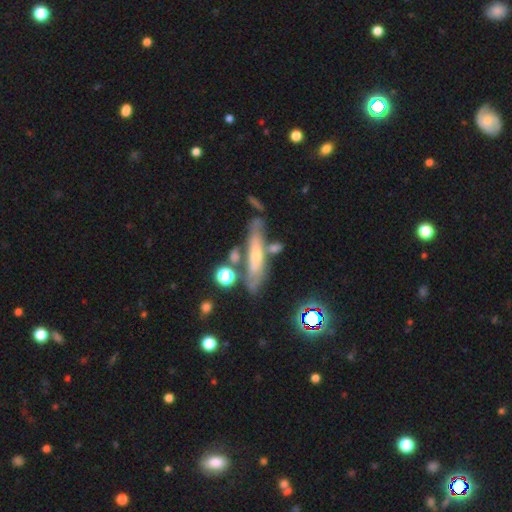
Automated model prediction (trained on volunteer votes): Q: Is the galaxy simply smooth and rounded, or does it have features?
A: featured or disk — 57%.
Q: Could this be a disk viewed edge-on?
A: yes — 63%.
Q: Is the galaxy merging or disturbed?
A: none — 61%.